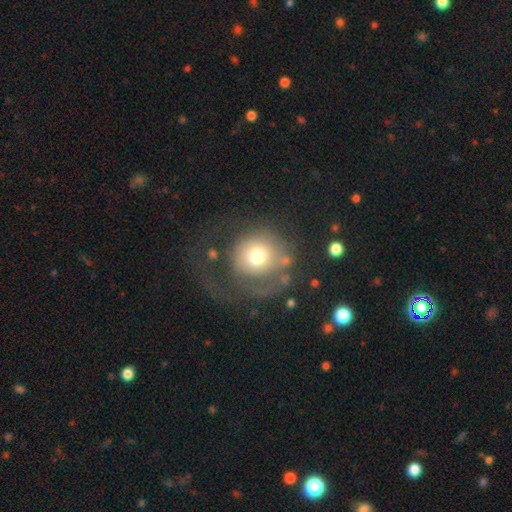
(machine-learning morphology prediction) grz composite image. It shows a smooth galaxy with no disk features (58%) that is round (86%). Merging: major disturbance (48%).